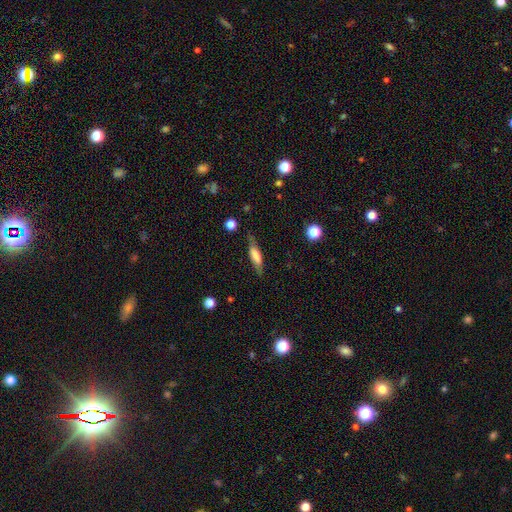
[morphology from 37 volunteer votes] Q: Smooth or featured?
A: smooth (54%); runner-up: featured or disk (43%)
Q: How rounded?
A: cigar-shaped (60%); runner-up: in between (40%)
Q: Merging?
A: none (83%); runner-up: minor disturbance (11%)